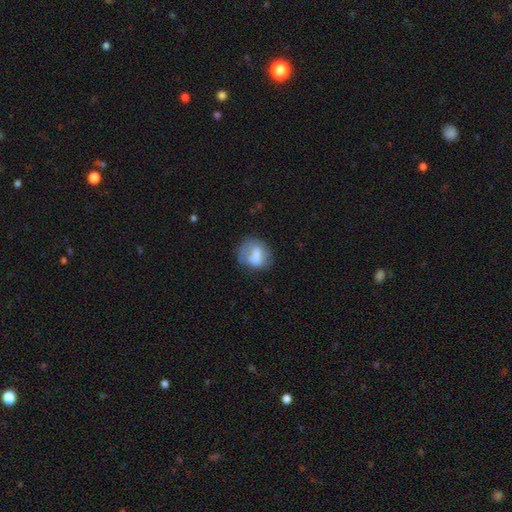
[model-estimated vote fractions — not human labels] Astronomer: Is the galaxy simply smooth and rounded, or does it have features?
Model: smooth — 69%.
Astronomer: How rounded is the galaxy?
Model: round — 64%.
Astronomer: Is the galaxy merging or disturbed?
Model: none — 52% (runner-up: minor disturbance, 27%).